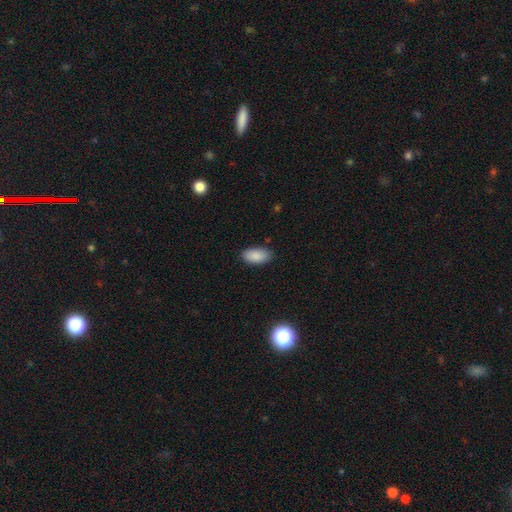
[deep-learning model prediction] Smooth or featured? smooth (89%)
How rounded? in between (94%)
Merging? none (85%)